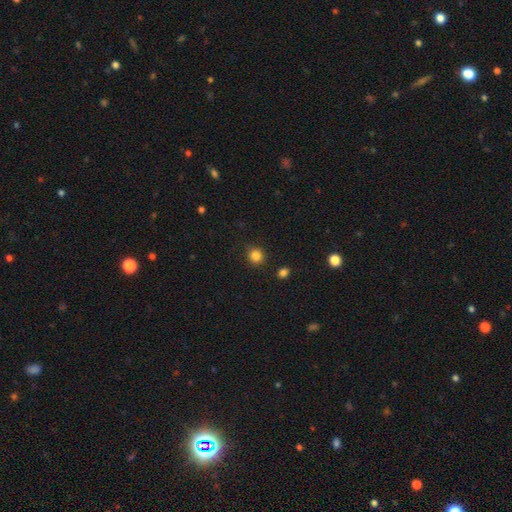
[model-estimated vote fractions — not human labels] smooth 84%, star or artifact 12%, featured or disk 4%. Down the decision tree: how rounded — round (88%); merging — none (89%).